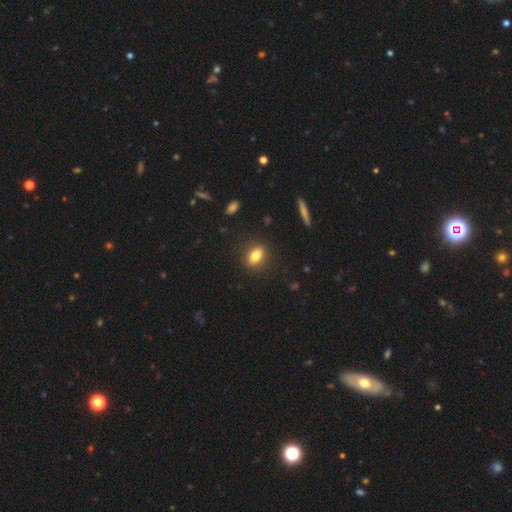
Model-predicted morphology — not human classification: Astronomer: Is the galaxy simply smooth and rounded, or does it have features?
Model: smooth — 80%.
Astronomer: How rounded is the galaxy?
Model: in between — 71%.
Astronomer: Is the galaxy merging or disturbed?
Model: none — 88%.